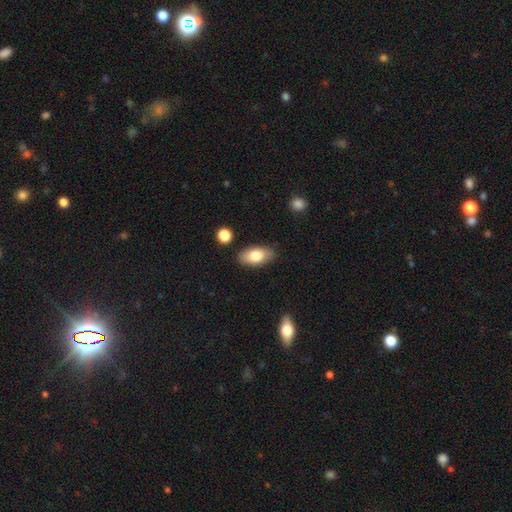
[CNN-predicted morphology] Smooth or featured: smooth — 79% (featured or disk — 14%)
How rounded: in between — 92% (cigar-shaped — 5%)
Merging: none — 85% (minor disturbance — 11%)